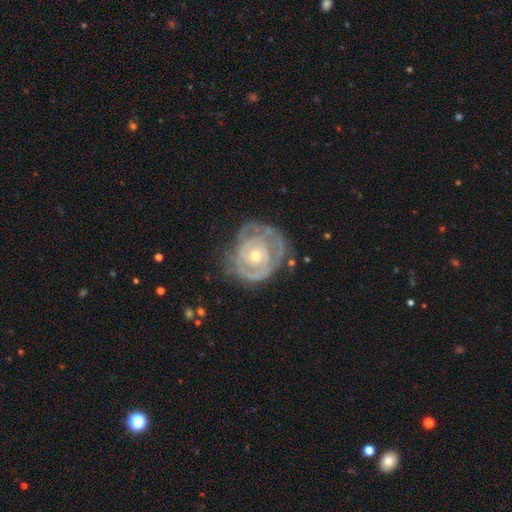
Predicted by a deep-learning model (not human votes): Smooth or featured? featured or disk (81%)
Edge-on disk? no (97%)
Bar? no (82%)
Spiral arms? yes (78%)
Spiral winding? tight (72%)
Spiral arm count? can't tell (46%)
Bulge size? small (54%)
Merging? none (58%)